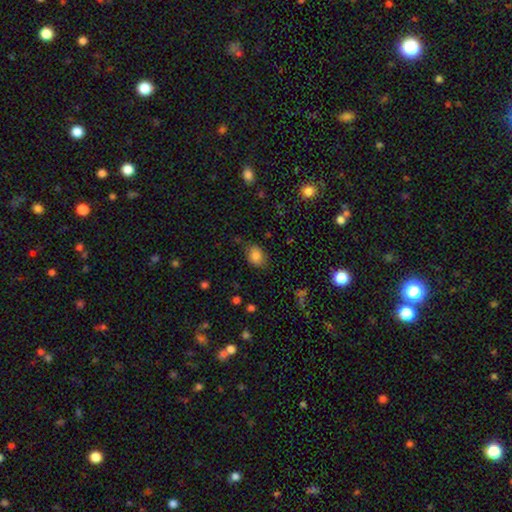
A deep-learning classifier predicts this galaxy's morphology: Overall: smooth (81%). How rounded: in between (60%; round 39%). Merging: none (72%).